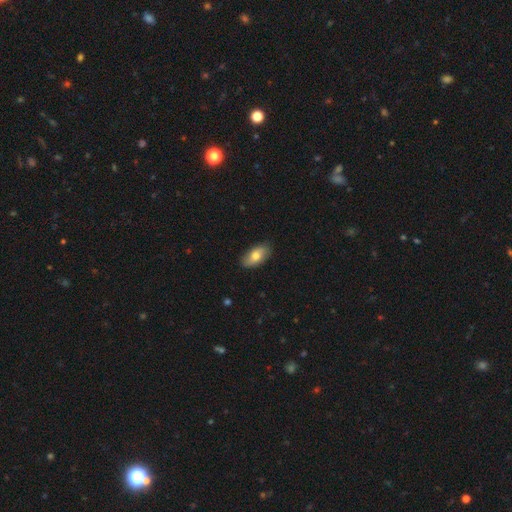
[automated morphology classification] This appears to be a smooth galaxy with no disk features (73%) that is in between round and cigar-shaped (92%). Merging: none (87%).